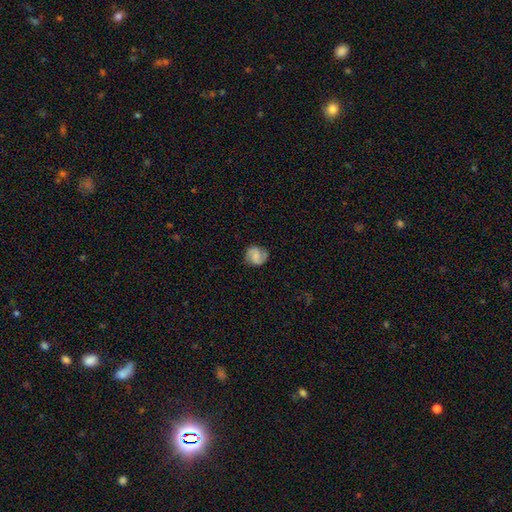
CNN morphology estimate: smooth-or-featured: featured or disk: 50% | smooth: 41% | star or artifact: 9%
  disk-edge-on: no: 98% | yes: 2%
  merging: none: 79% | minor disturbance: 15% | major disturbance: 5% | merger: 1%